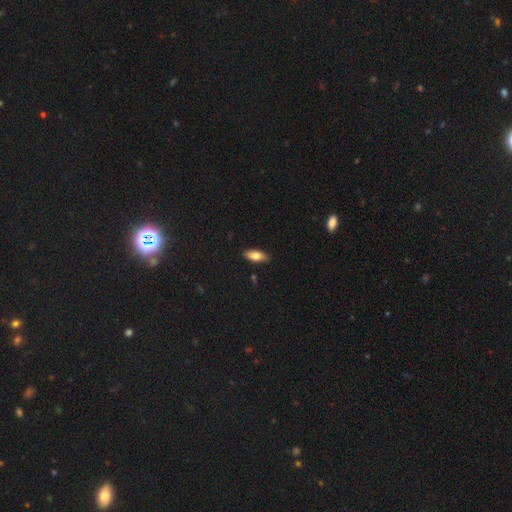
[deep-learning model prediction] The model was most divided on "smooth or featured": smooth: 76%, featured or disk: 17%, star or artifact: 7%. More confident: merging — none (86%); how rounded — in between (79%).